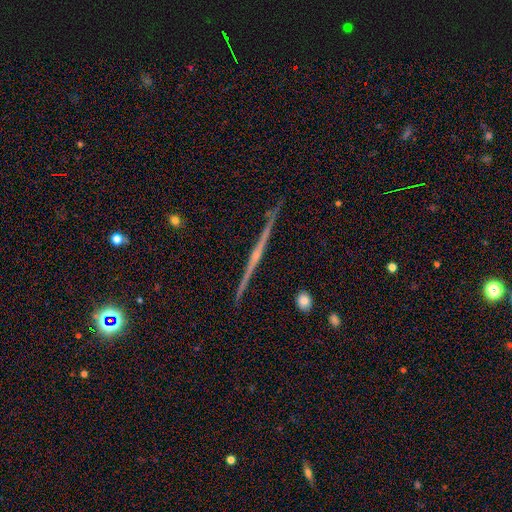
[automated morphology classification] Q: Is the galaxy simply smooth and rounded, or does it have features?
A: featured or disk — 81%.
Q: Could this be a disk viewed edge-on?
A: yes — 98%.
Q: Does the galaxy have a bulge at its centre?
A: rounded — 65%.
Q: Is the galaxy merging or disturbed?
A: none — 91%.